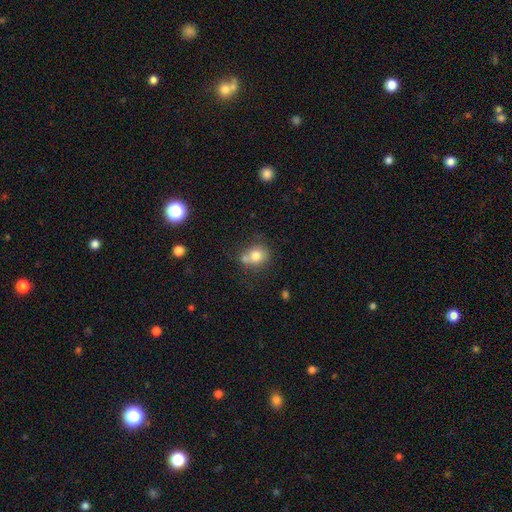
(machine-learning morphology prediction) Q: Smooth or featured?
A: smooth (75%); runner-up: featured or disk (14%)
Q: How rounded?
A: round (74%); runner-up: in between (25%)
Q: Merging?
A: none (45%); runner-up: merger (36%)